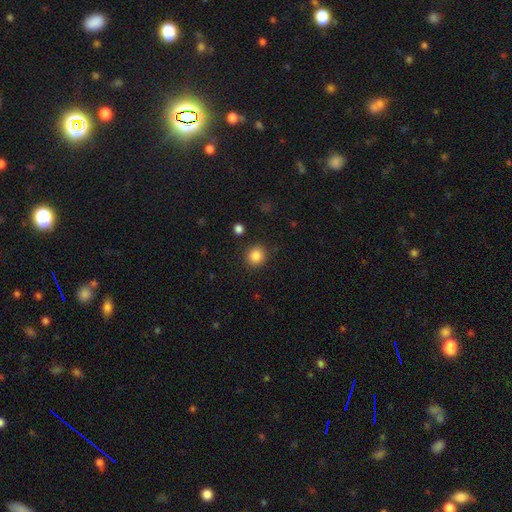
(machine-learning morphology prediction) Smooth or featured? smooth (86%)
How rounded? round (88%)
Merging? none (88%)